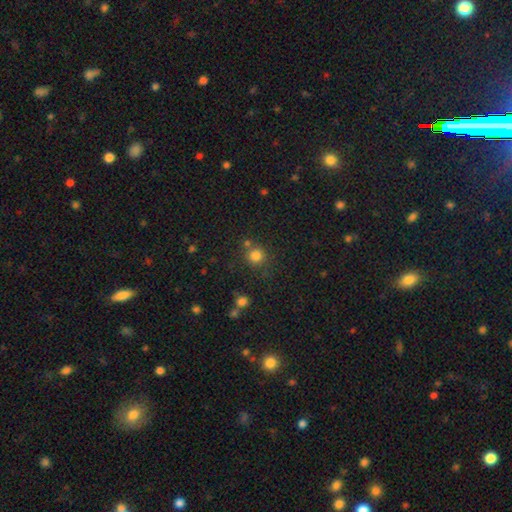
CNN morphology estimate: A smooth galaxy with no disk features (81%) that is round (92%).

Vote fractions:
- Smooth or featured? smooth: 81% / star or artifact: 14% / featured or disk: 6%
- How rounded? round: 92% / in between: 7% / cigar-shaped: 1%
- Merging? none: 74% / merger: 12% / minor disturbance: 10% / major disturbance: 4%